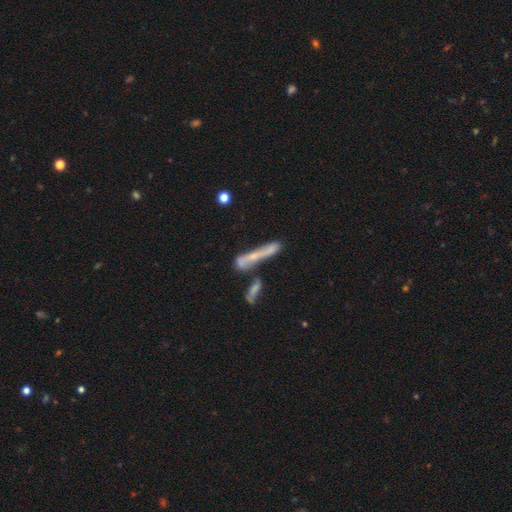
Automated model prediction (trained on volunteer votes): Smooth or featured: featured or disk — 48% (smooth — 39%)
Merging: merger — 40% (none — 36%)